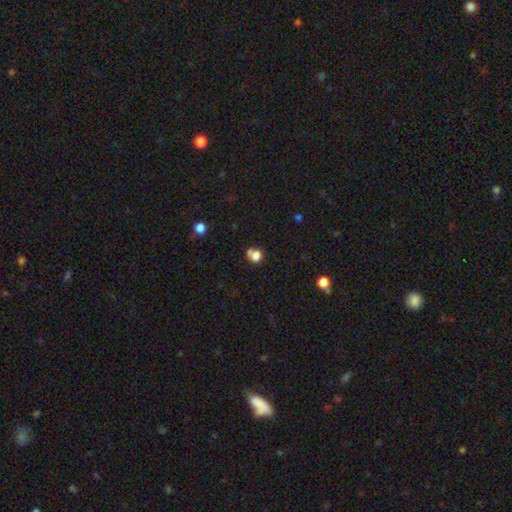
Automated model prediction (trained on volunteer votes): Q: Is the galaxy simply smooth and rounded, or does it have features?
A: smooth — 78%.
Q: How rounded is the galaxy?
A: round — 77%.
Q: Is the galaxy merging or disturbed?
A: none — 51%.